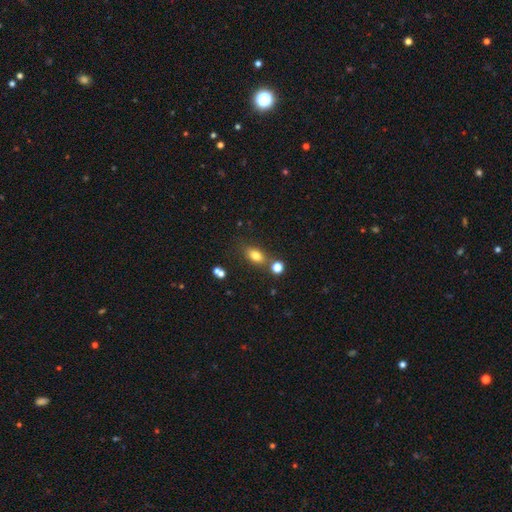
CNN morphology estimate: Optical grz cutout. It shows a smooth galaxy with no disk features (77%) that is in between round and cigar-shaped (79%). Merging: none (68%).